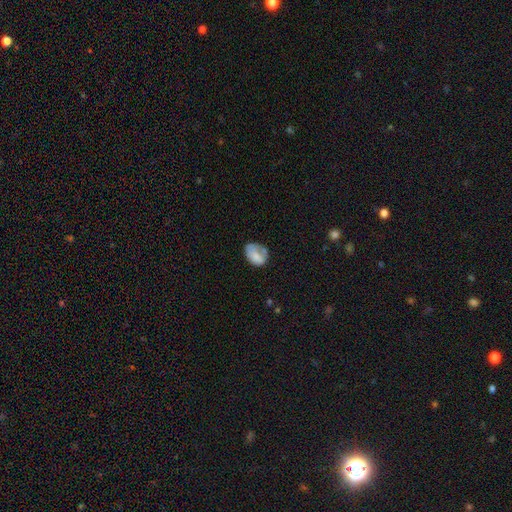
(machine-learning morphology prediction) Overall: smooth (68%). How rounded: in between (69%). Merging: none (41%; minor disturbance 32%).